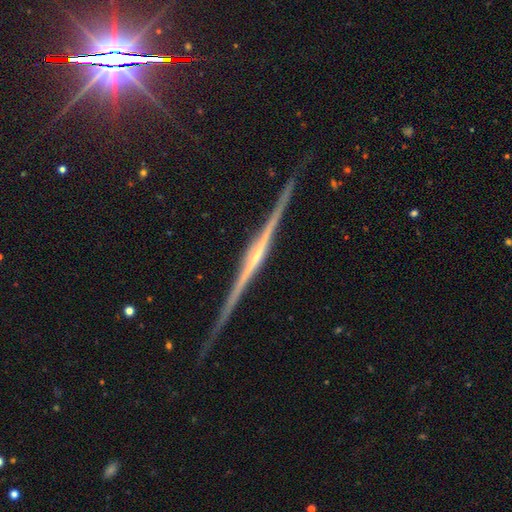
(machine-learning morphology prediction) Smooth or featured: featured or disk — 86% (star or artifact — 8%)
Edge-on disk: yes — 98% (no — 2%)
Edge-on bulge: rounded — 50% (none — 35%)
Merging: none — 90% (minor disturbance — 7%)